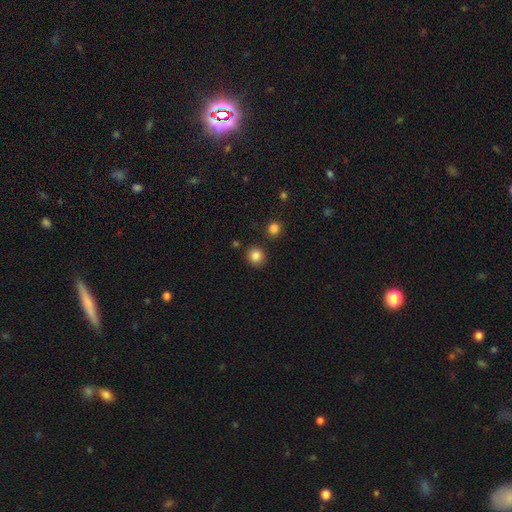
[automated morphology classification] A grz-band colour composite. It shows a smooth galaxy with no disk features (85%) that is round (87%). Merging: none (87%).